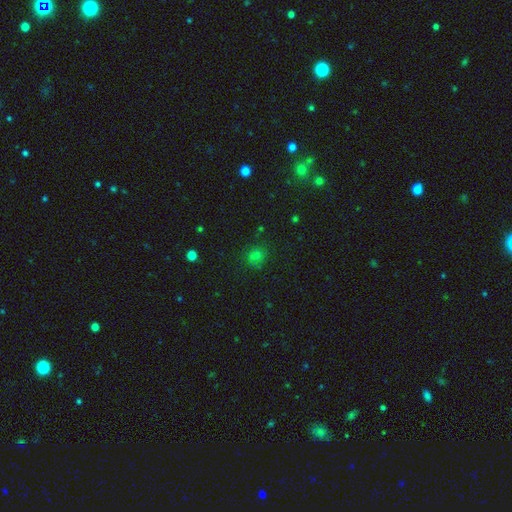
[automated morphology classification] The model was most divided on "smooth or featured": smooth: 57%, star or artifact: 34%, featured or disk: 8%. More confident: how rounded — round (79%); merging — none (78%).